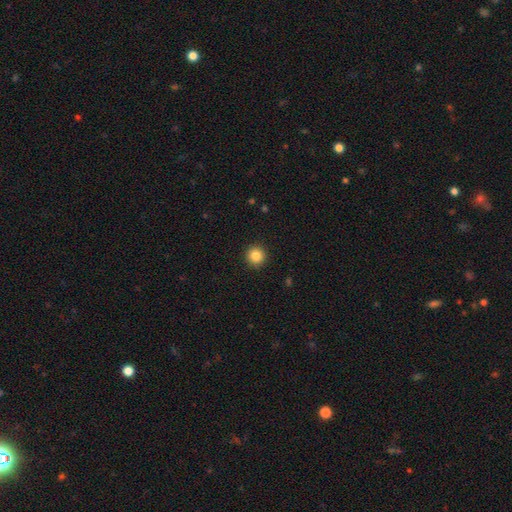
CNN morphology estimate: smooth_or_featured: smooth (p=0.85) [alt: star or artifact p=0.10]
how_rounded: round (p=0.95) [alt: in between p=0.04]
merging: none (p=0.92) [alt: minor disturbance p=0.05]